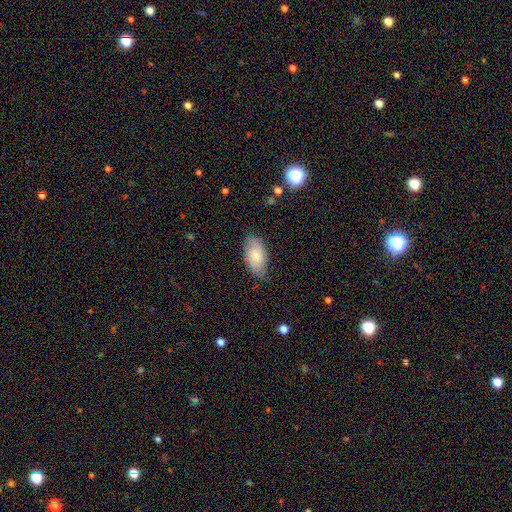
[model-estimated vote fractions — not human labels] A smooth galaxy with no disk features (71%) that is in between round and cigar-shaped (94%). Merging: none (74%).